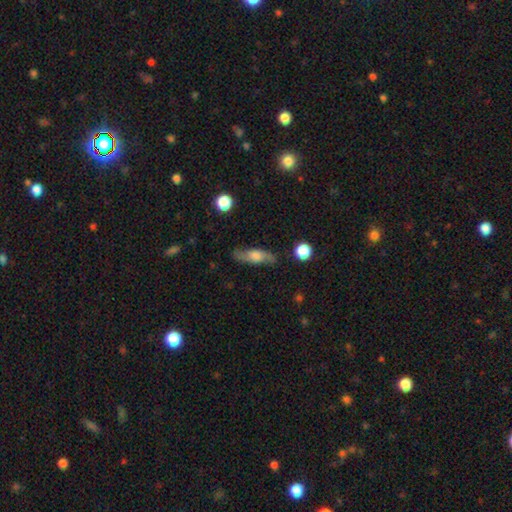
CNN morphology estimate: smooth-or-featured: smooth: 49% | featured or disk: 43% | star or artifact: 7%
  merging: none: 78% | minor disturbance: 16% | major disturbance: 4% | merger: 2%